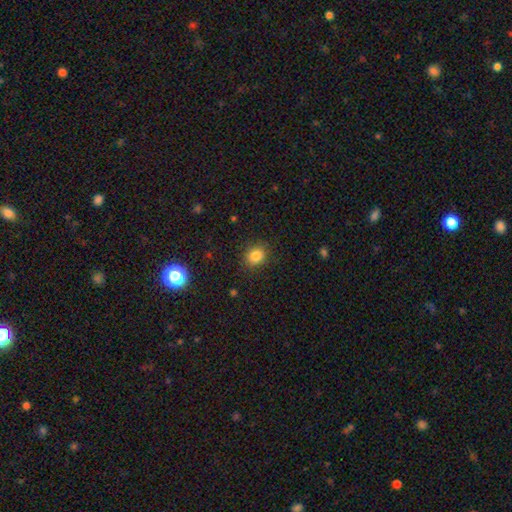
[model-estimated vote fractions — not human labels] Smooth or featured? Predicted: smooth (p=0.83). How rounded? Predicted: round (p=0.68). Merging? Predicted: none (p=0.86).